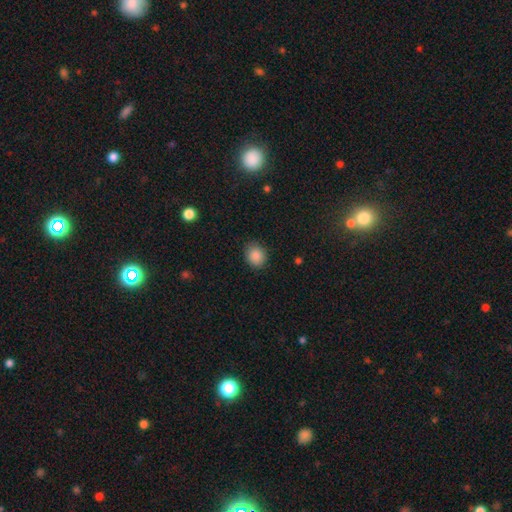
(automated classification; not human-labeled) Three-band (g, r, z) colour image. It shows a smooth galaxy with no disk features (88%) that is round (65%). Merging: none (85%).